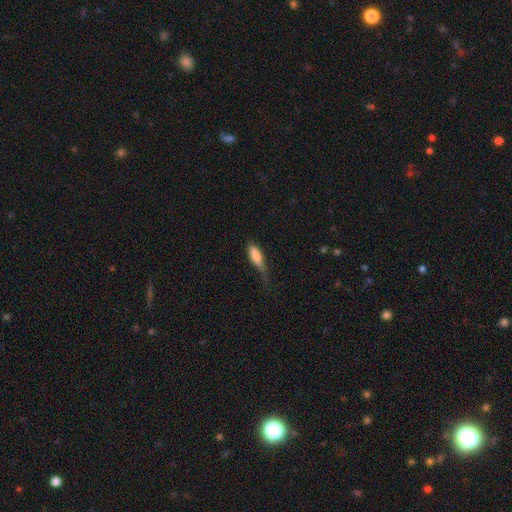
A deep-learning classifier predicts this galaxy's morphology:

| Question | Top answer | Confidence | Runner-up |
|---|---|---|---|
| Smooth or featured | smooth | 80% | featured or disk (13%) |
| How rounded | in between | 59% | cigar-shaped (38%) |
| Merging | minor disturbance | 42% | none (29%) |